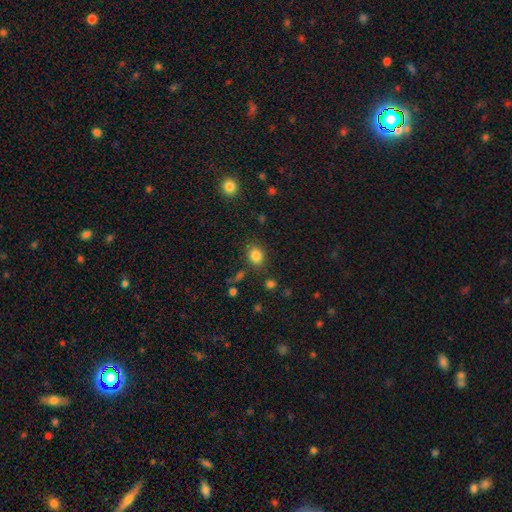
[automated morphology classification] smooth_or_featured: smooth (p=0.84) [alt: star or artifact p=0.11]
how_rounded: round (p=0.54) [alt: in between p=0.45]
merging: none (p=0.80) [alt: minor disturbance p=0.12]